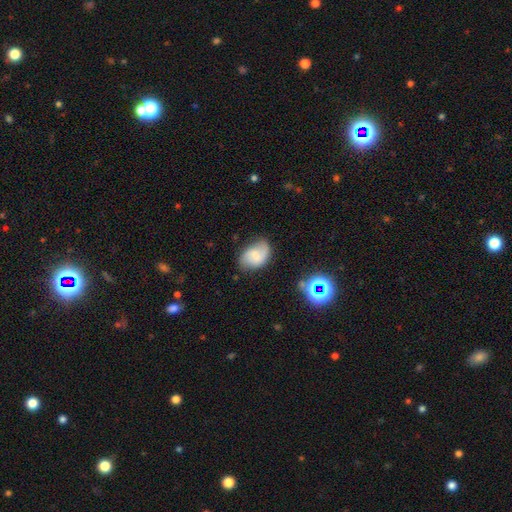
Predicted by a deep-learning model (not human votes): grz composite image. It shows a featured or disk galaxy (47%). Merging: none (65%).